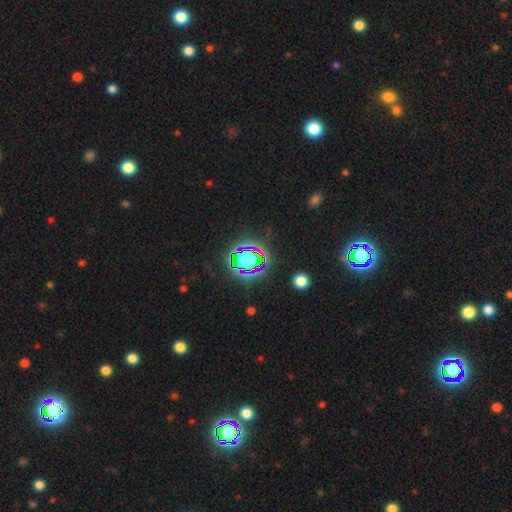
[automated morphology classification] Smooth or featured? Predicted: star or artifact (p=0.78).